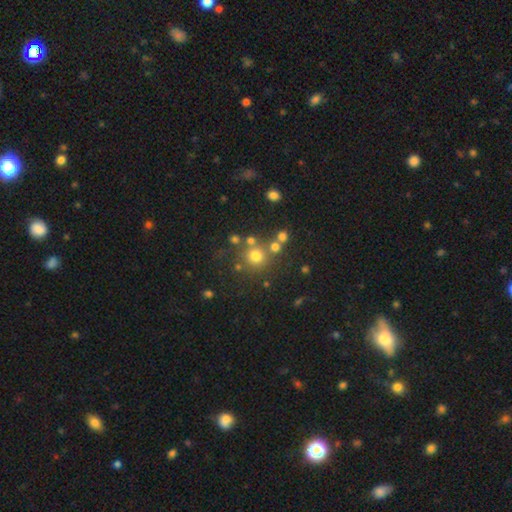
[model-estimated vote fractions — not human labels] Smooth or featured?
  - smooth: 70% *
  - star or artifact: 20%
  - featured or disk: 10%
How rounded?
  - round: 91% *
  - in between: 8%
  - cigar-shaped: 1%
Merging?
  - none: 69% *
  - merger: 16%
  - minor disturbance: 10%
  - major disturbance: 5%